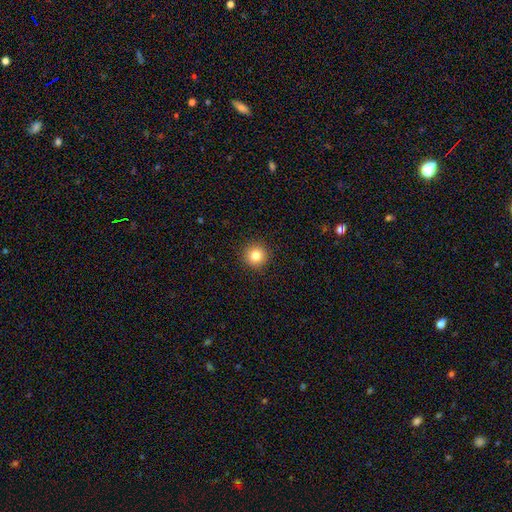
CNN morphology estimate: type=smooth (85%); roundness=round (95%); merging=none (92%).